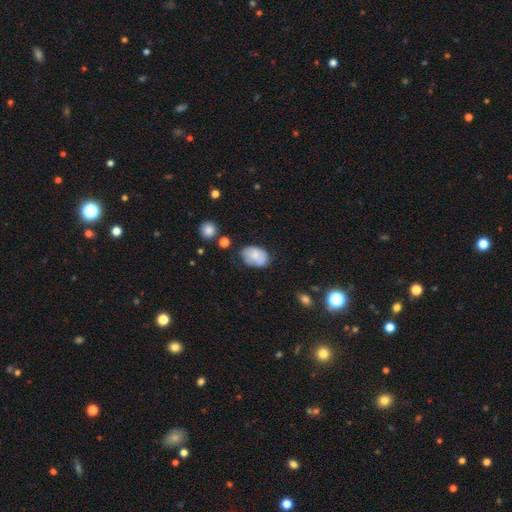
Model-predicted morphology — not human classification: This is likely a smooth galaxy (75%). How rounded: clearly in between (85%). Merging: possibly none (54%).